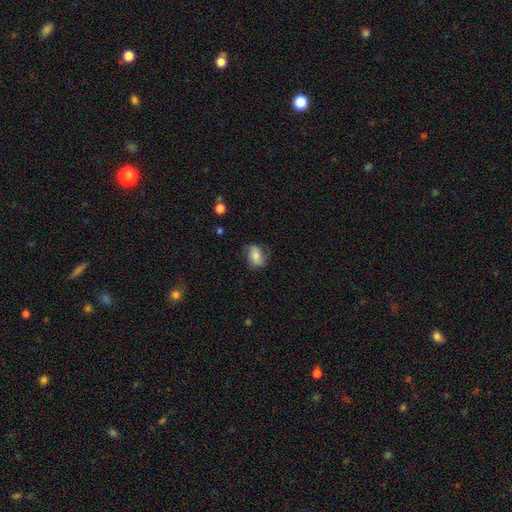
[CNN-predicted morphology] A smooth galaxy with no disk features (60%) that is in between round and cigar-shaped (77%).

Vote fractions:
- Smooth or featured? smooth: 60% / featured or disk: 32% / star or artifact: 8%
- How rounded? in between: 77% / round: 20% / cigar-shaped: 3%
- Merging? none: 66% / minor disturbance: 24% / major disturbance: 9% / merger: 1%